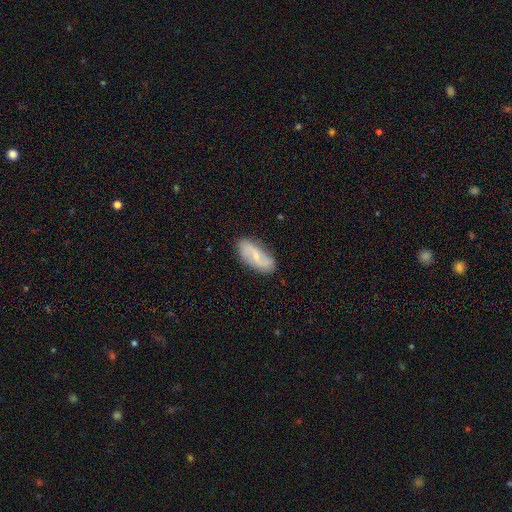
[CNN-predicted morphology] This appears to be a featured or disk galaxy (64%) with no bar (42%), 2 (88%) loose (57%) spiral arms (88%) and a small central bulge (67%). Merging: none (81%).